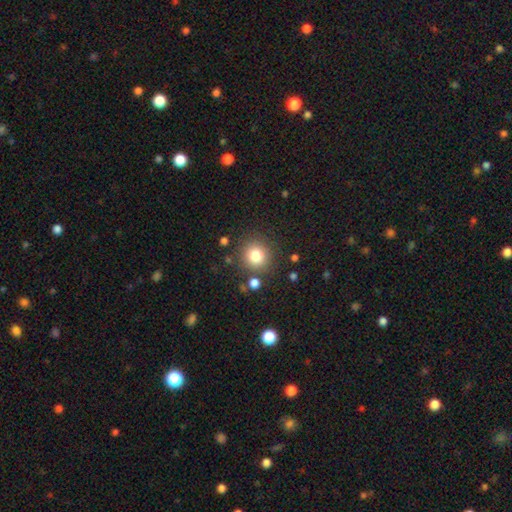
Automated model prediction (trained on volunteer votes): The model was most divided on "smooth or featured": smooth: 80%, star or artifact: 12%, featured or disk: 8%. More confident: how rounded — round (90%); merging — none (83%).